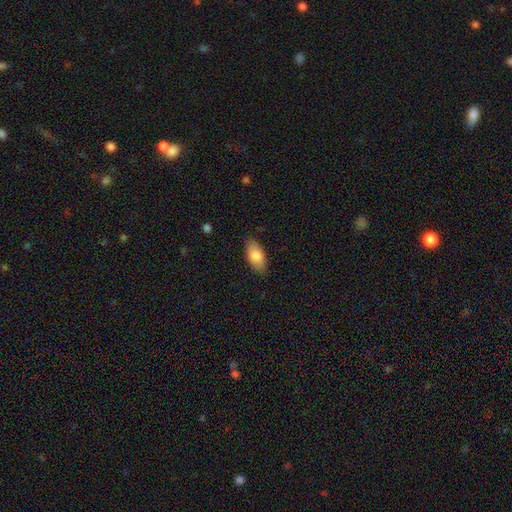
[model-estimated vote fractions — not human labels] Smooth or featured? Predicted: smooth (p=0.83). How rounded? Predicted: in between (p=0.91). Merging? Predicted: none (p=0.83).